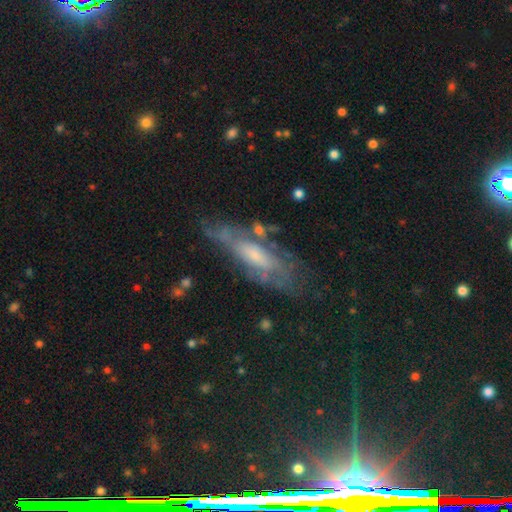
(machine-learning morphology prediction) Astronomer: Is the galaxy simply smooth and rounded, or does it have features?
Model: featured or disk — 61%.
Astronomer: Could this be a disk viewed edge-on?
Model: no — 69%.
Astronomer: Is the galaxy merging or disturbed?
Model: none — 56%.